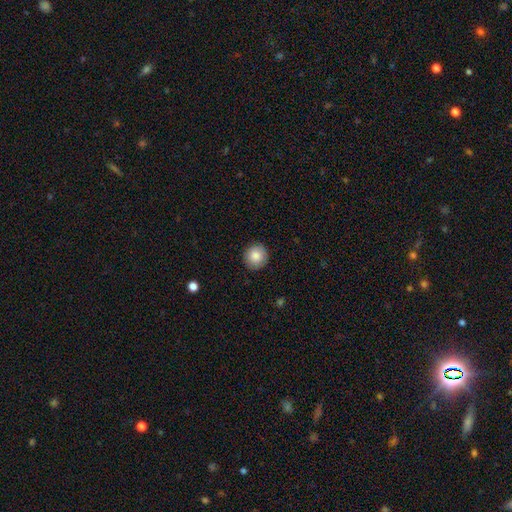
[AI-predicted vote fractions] smooth_or_featured: smooth (p=0.86) [alt: star or artifact p=0.08]
how_rounded: round (p=0.93) [alt: in between p=0.06]
merging: none (p=0.91) [alt: minor disturbance p=0.06]